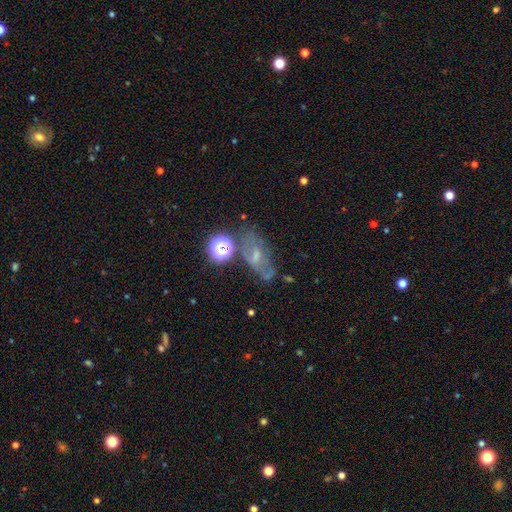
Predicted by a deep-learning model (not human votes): The model was most divided on "smooth or featured": featured or disk: 44%, smooth: 31%, star or artifact: 25%. More confident: merging — none (50%).